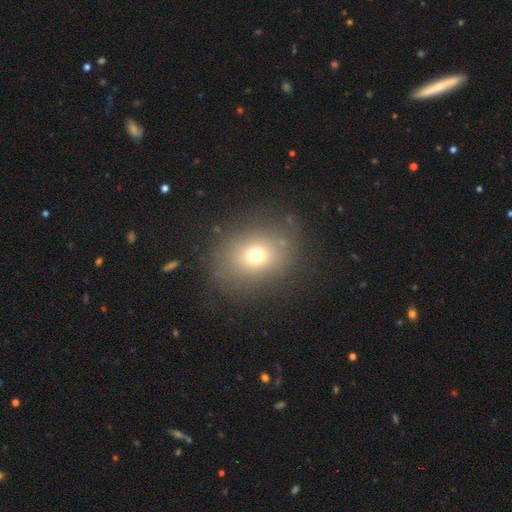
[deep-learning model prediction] A smooth galaxy with no disk features (71%) that is round (50%). Merging: none (80%).